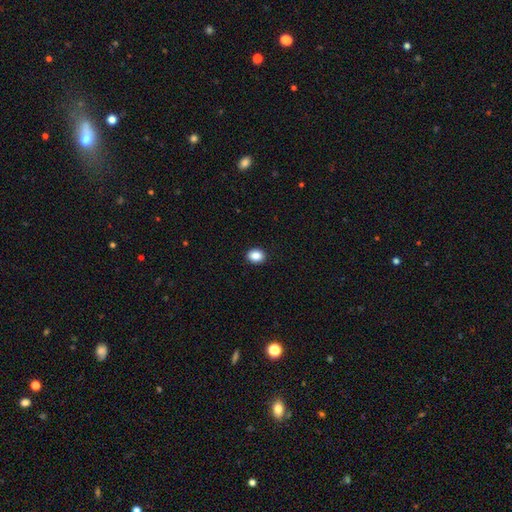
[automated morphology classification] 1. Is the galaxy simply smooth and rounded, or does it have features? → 88% smooth, 9% star or artifact, 3% featured or disk.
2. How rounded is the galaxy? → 52% round, 47% in between, 1% cigar-shaped.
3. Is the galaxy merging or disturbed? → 92% none, 5% minor disturbance, 2% major disturbance, 1% merger.